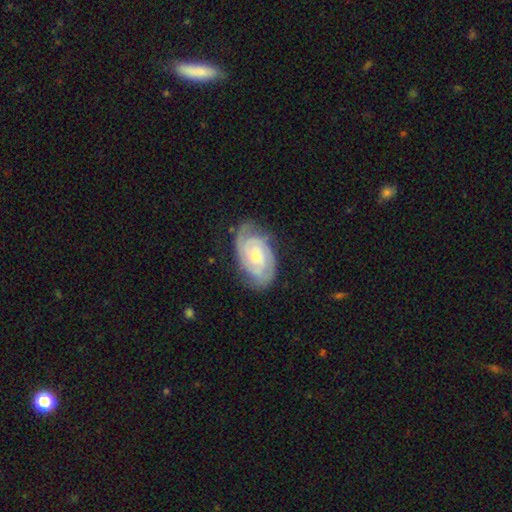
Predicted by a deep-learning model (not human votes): Smooth or featured: featured or disk — 84% (smooth — 11%)
Edge-on disk: no — 96% (yes — 4%)
Bar: no — 69% (weak — 26%)
Spiral arms: yes — 96% (no — 4%)
Spiral winding: tight — 65% (medium — 29%)
Spiral arm count: 2 — 53% (can't tell — 19%)
Bulge size: small — 54% (moderate — 41%)
Merging: none — 73% (minor disturbance — 19%)